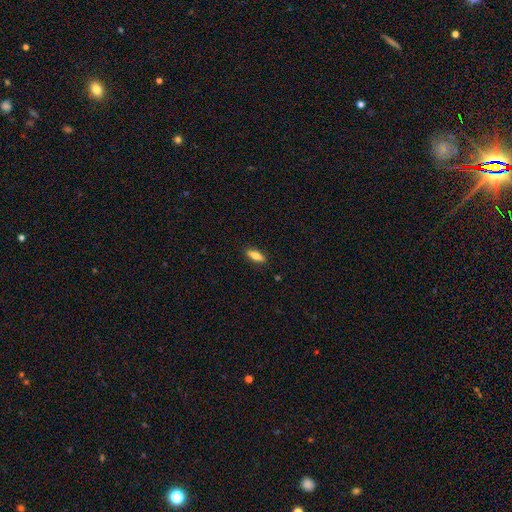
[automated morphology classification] Smooth or featured?
  - smooth: 74% *
  - featured or disk: 19%
  - star or artifact: 7%
How rounded?
  - in between: 60% *
  - cigar-shaped: 38%
  - round: 3%
Merging?
  - none: 88% *
  - minor disturbance: 9%
  - major disturbance: 2%
  - merger: 1%